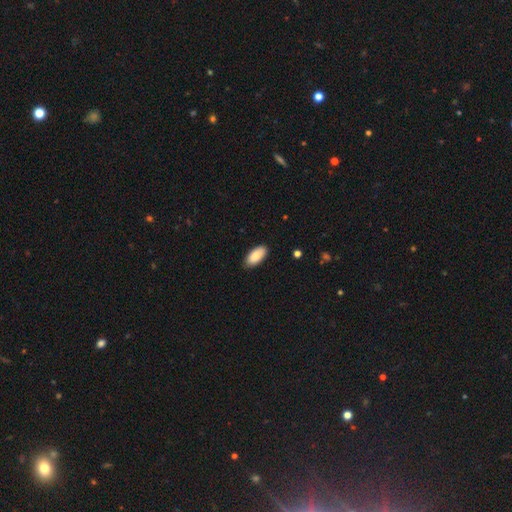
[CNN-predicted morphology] smooth_or_featured: smooth (p=0.88) [alt: featured or disk p=0.06]
how_rounded: in between (p=0.92) [alt: cigar-shaped p=0.06]
merging: none (p=0.85) [alt: minor disturbance p=0.12]